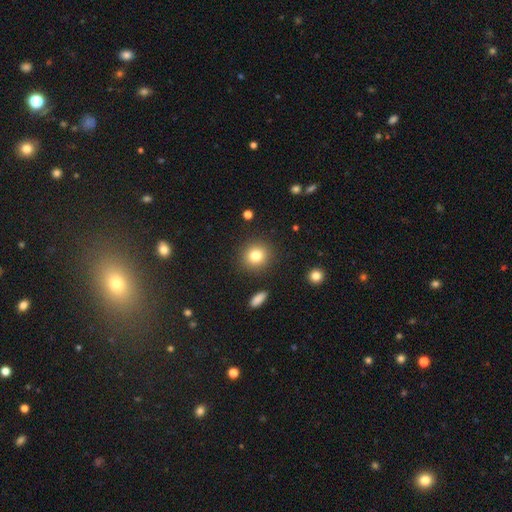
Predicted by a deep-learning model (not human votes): Smooth or featured? Predicted: smooth (p=0.81). How rounded? Predicted: round (p=0.89). Merging? Predicted: none (p=0.89).